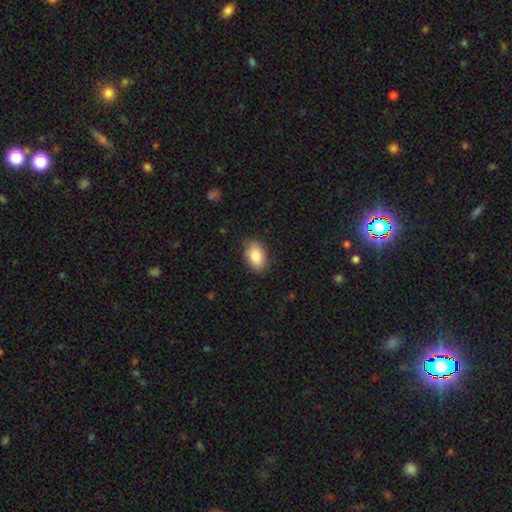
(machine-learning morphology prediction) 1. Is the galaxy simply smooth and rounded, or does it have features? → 85% smooth, 8% featured or disk, 7% star or artifact.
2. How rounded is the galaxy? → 87% in between, 12% round, 1% cigar-shaped.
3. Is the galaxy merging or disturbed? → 84% none, 13% minor disturbance, 3% major disturbance, 1% merger.